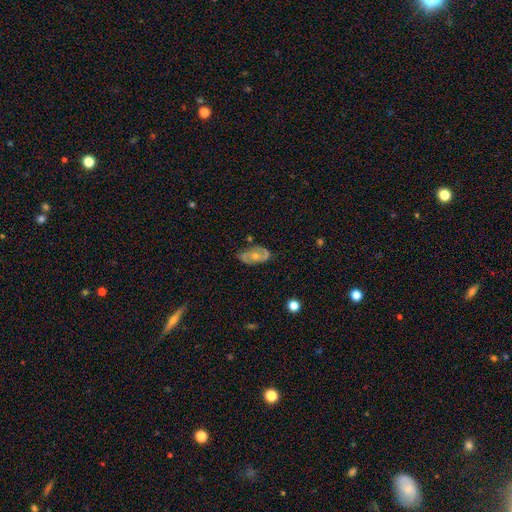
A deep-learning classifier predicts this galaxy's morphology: Smooth or featured? Predicted: featured or disk (p=0.68). Edge-on disk? Predicted: no (p=0.93). Bar? Predicted: no (p=0.69). Spiral arms? Predicted: yes (p=0.57). Bulge size? Predicted: moderate (p=0.70). Merging? Predicted: none (p=0.73).